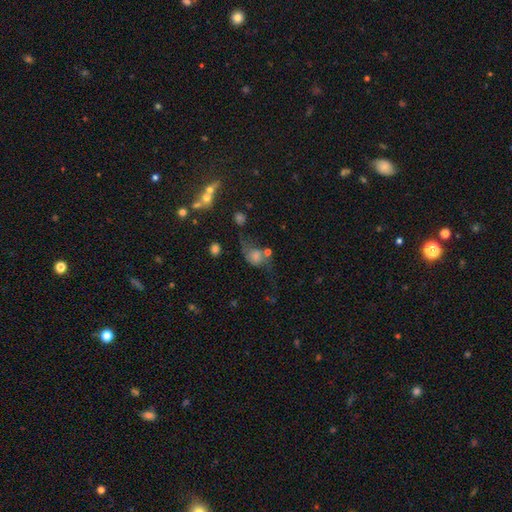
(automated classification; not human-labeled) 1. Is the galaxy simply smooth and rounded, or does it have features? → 42% featured or disk, 39% smooth, 18% star or artifact.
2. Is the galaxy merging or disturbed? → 39% none, 27% major disturbance, 22% minor disturbance, 12% merger.